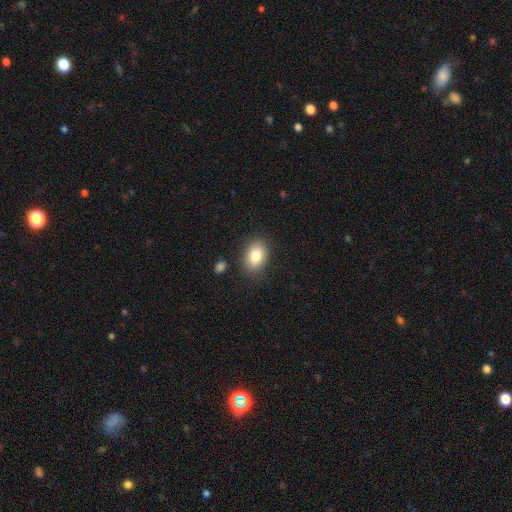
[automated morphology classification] smooth-or-featured: smooth: 83% | star or artifact: 8% | featured or disk: 8%
  how-rounded: in between: 80% | round: 19% | cigar-shaped: 1%
  merging: none: 84% | minor disturbance: 11% | major disturbance: 3% | merger: 2%